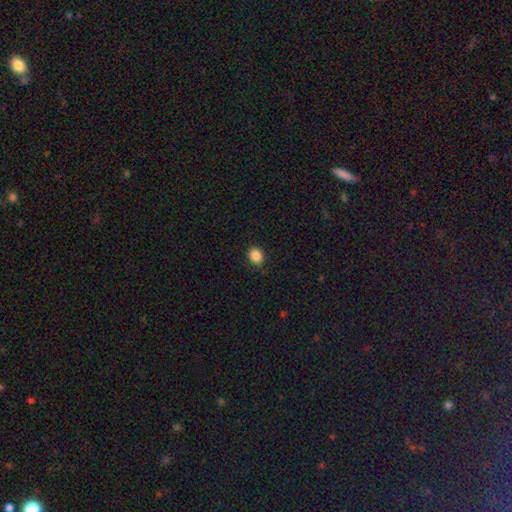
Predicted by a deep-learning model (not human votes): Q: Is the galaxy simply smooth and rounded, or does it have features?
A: smooth — 87%.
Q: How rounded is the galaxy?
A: round — 59%.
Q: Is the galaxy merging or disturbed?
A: none — 86%.